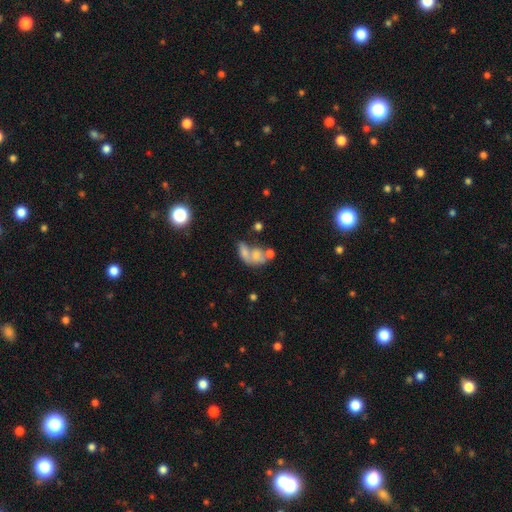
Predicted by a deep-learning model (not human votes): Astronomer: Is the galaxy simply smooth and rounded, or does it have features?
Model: smooth — 58%.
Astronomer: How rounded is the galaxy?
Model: in between — 77%.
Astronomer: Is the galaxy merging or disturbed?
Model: merger — 56%.